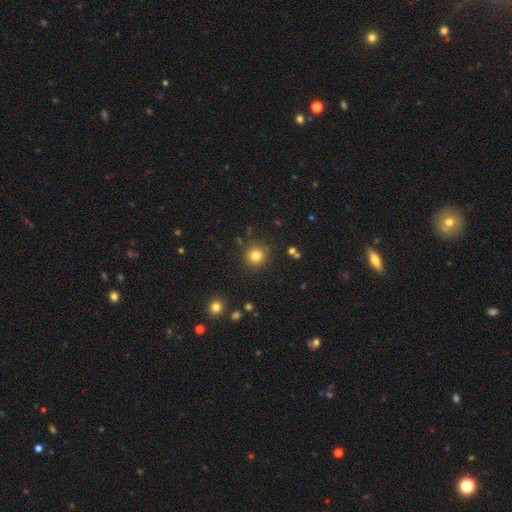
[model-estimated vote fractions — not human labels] Smooth or featured? Predicted: smooth (p=0.81). How rounded? Predicted: round (p=0.92). Merging? Predicted: none (p=0.87).